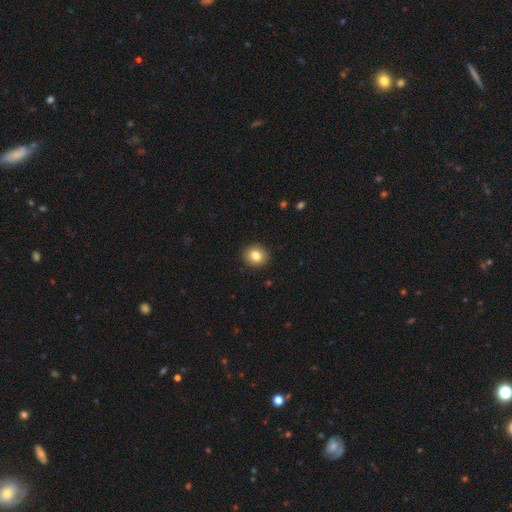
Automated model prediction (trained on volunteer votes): Overall: smooth (82%). How rounded: round (84%). Merging: none (92%).